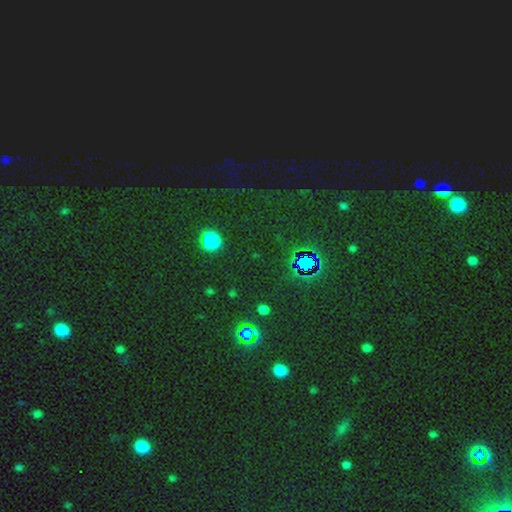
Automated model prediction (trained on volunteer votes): This is likely a star or artifact rather than a galaxy (74%).